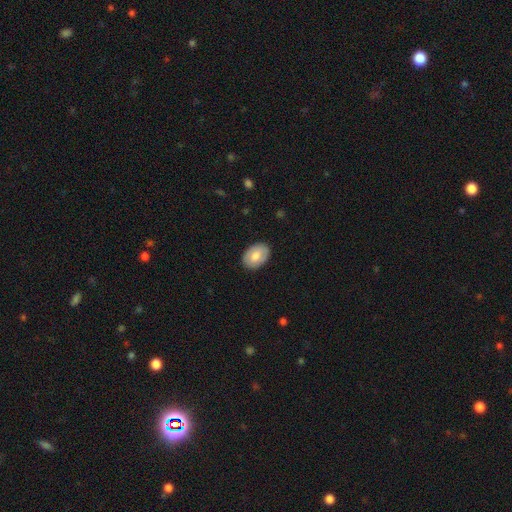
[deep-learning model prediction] Overall: smooth (72%). How rounded: in between (85%). Merging: none (87%).